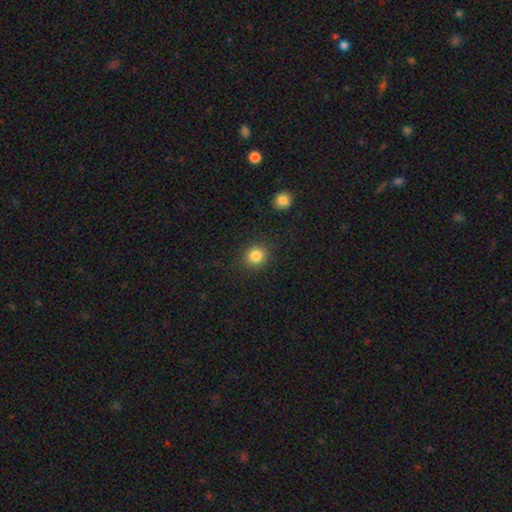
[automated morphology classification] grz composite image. It shows a smooth galaxy with no disk features (84%) that is round (85%). Merging: none (88%).